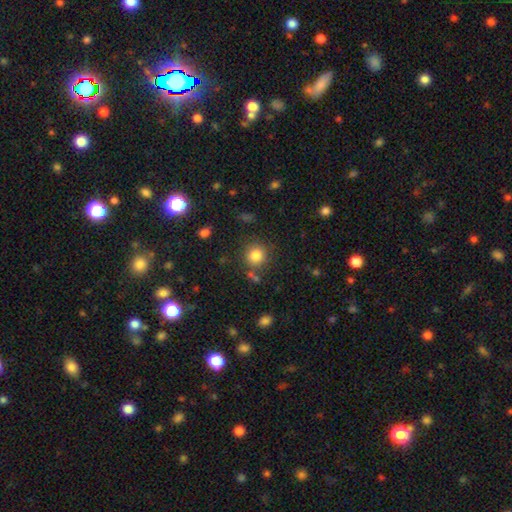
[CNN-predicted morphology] A smooth galaxy with no disk features (82%) that is round (92%).

Vote fractions:
- Smooth or featured? smooth: 82% / star or artifact: 12% / featured or disk: 6%
- How rounded? round: 92% / in between: 8% / cigar-shaped: 1%
- Merging? none: 81% / minor disturbance: 9% / merger: 6% / major disturbance: 4%